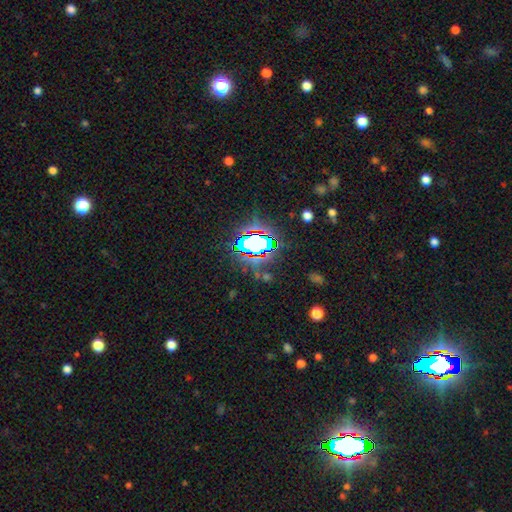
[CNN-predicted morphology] Smooth or featured? Predicted: star or artifact (p=0.68).